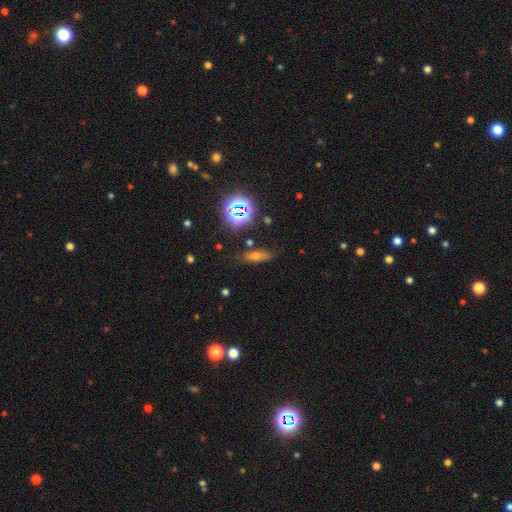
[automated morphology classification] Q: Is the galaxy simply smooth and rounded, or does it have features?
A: smooth — 50%.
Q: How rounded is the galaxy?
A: cigar-shaped — 51%.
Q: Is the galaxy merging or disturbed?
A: none — 80%.